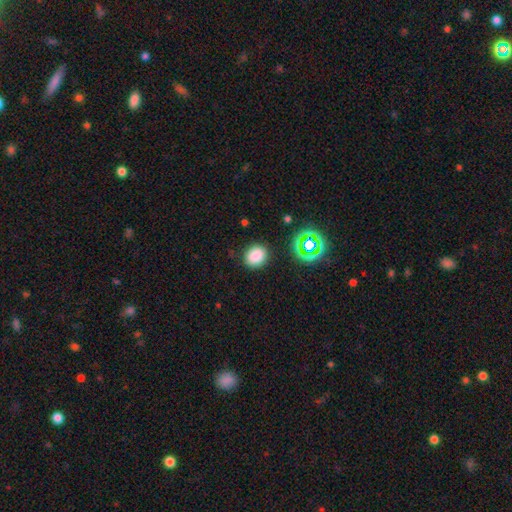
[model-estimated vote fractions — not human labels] Smooth or featured?
  - smooth: 81% *
  - star or artifact: 14%
  - featured or disk: 6%
How rounded?
  - round: 64% *
  - in between: 35%
  - cigar-shaped: 1%
Merging?
  - none: 85% *
  - minor disturbance: 10%
  - major disturbance: 3%
  - merger: 2%